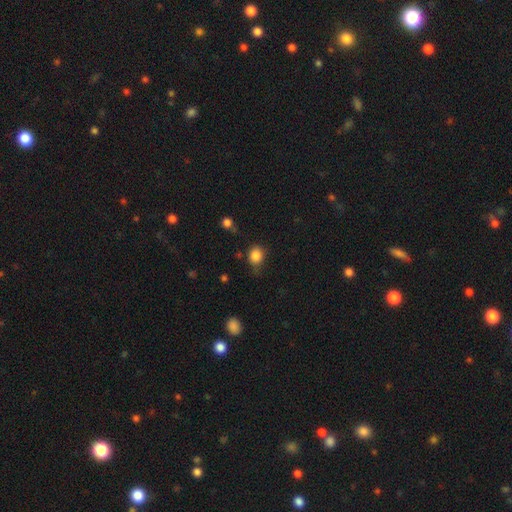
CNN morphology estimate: The model was most divided on "how rounded": round: 64%, in between: 35%, cigar-shaped: 1%. More confident: smooth or featured — smooth (85%); merging — none (70%).